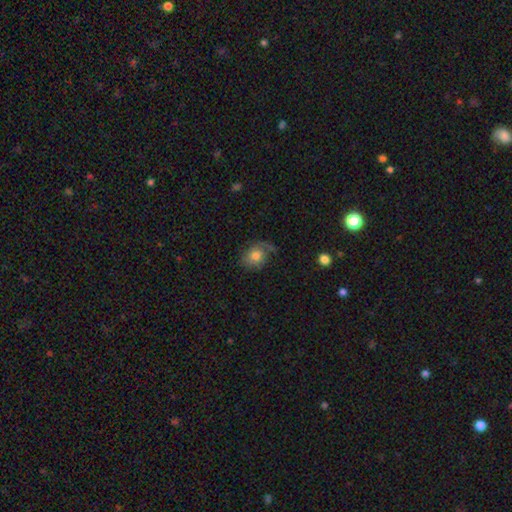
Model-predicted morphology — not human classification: Smooth or featured: smooth — 65% (featured or disk — 26%)
How rounded: round — 56% (in between — 43%)
Merging: none — 52% (minor disturbance — 26%)